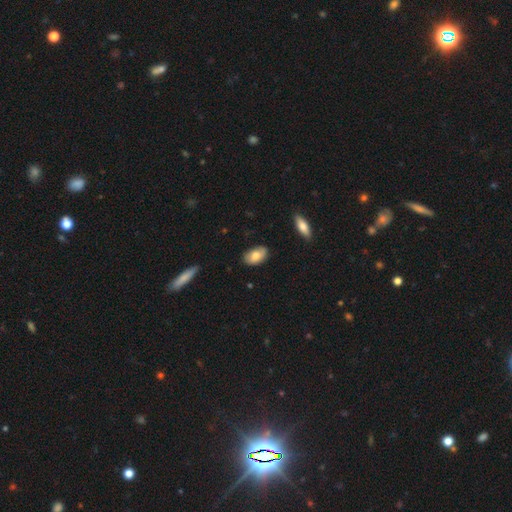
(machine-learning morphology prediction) A smooth galaxy with no disk features (77%) that is in between round and cigar-shaped (93%). Merging: none (80%).